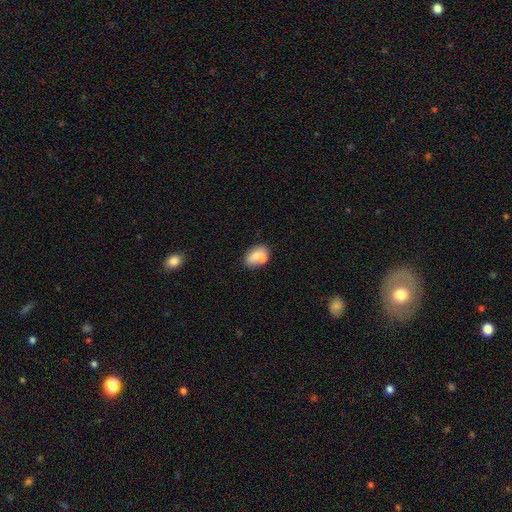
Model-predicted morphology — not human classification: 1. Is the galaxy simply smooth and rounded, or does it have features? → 66% smooth, 25% featured or disk, 9% star or artifact.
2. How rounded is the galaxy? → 77% in between, 22% round, 1% cigar-shaped.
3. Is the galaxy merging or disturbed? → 38% none, 34% merger, 18% minor disturbance, 9% major disturbance.